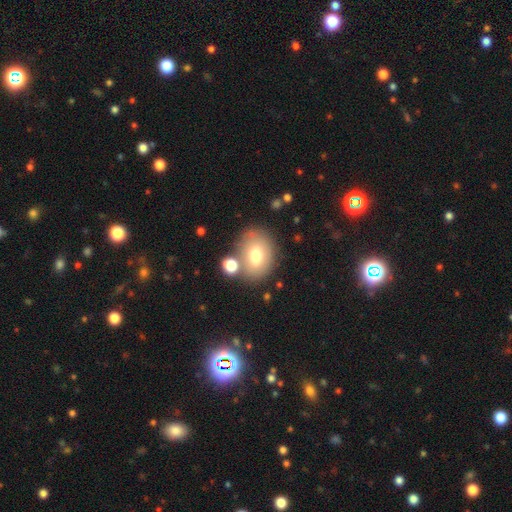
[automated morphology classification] Smooth or featured: smooth — 69% (featured or disk — 22%)
How rounded: in between — 71% (round — 28%)
Merging: none — 65% (merger — 15%)